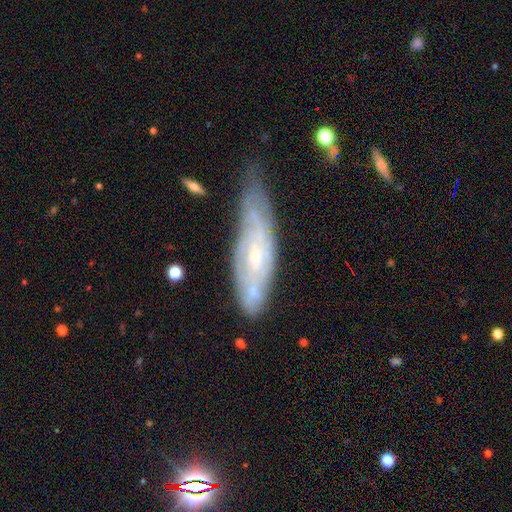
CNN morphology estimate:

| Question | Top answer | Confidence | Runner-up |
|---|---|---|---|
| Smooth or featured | featured or disk | 75% | smooth (18%) |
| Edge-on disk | no | 77% | yes (23%) |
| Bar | no | 53% | weak (38%) |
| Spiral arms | yes | 86% | no (14%) |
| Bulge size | small | 63% | moderate (31%) |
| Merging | none | 55% | minor disturbance (32%) |